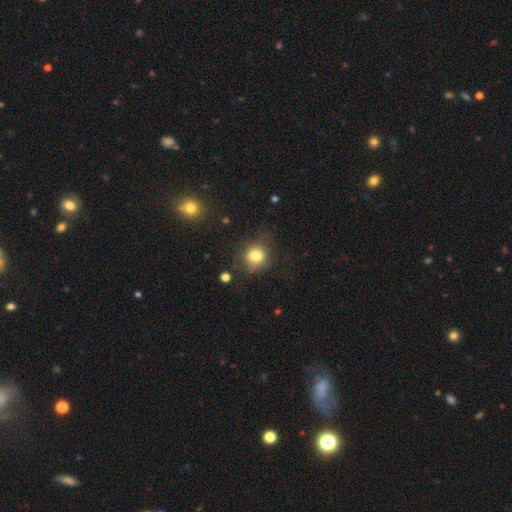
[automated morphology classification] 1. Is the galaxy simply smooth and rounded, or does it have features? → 80% smooth, 12% star or artifact, 8% featured or disk.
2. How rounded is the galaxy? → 87% round, 12% in between, 1% cigar-shaped.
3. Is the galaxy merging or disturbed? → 78% none, 15% minor disturbance, 5% major disturbance, 2% merger.